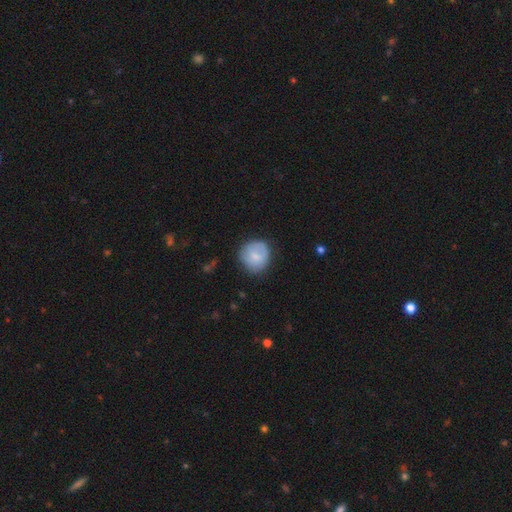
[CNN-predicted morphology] smooth 75%, featured or disk 18%, star or artifact 7%. Down the decision tree: how rounded — round (88%); merging — none (72%).